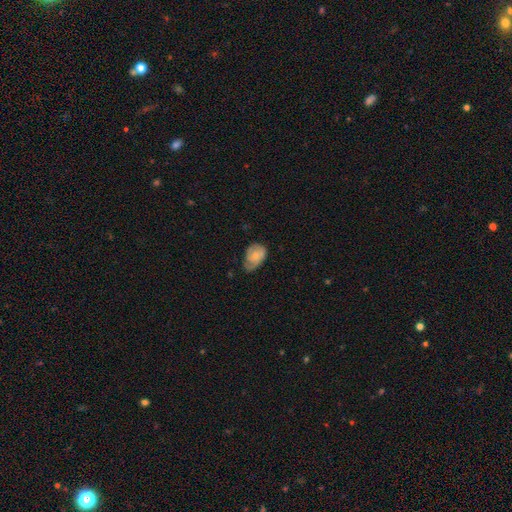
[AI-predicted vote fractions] This is possibly a featured or disk galaxy (54%). It is clearly not viewed edge-on (96%). Bar: likely no (73%). Spiral arm pattern: likely yes (80%). Central bulge: possibly moderate (49%). Merging: possibly none (46%).